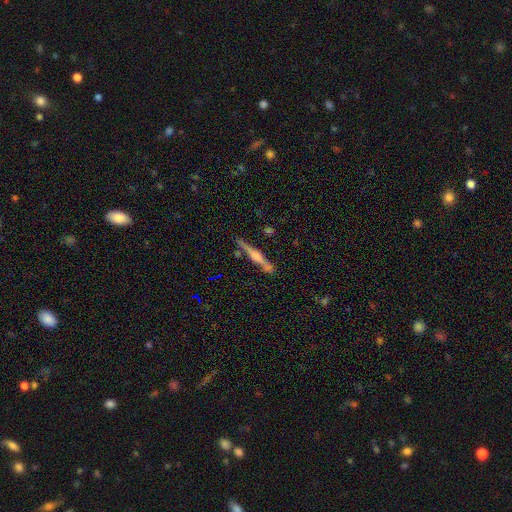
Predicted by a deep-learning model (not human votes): Overall: featured or disk (69%). Edge-on disk: yes (97%). Edge-on bulge: rounded (67%). Merging: none (79%).